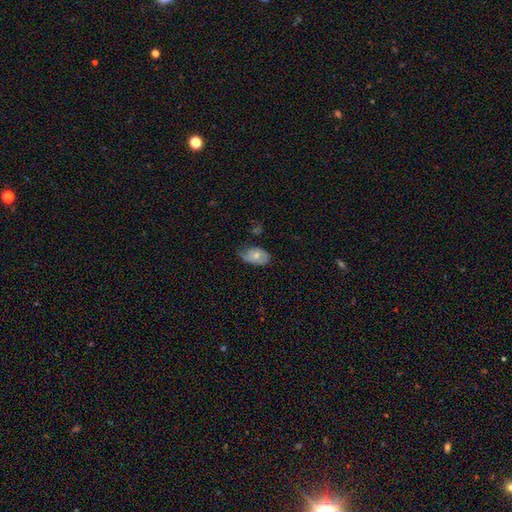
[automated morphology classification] Smooth or featured?
  - smooth: 59% *
  - featured or disk: 34%
  - star or artifact: 7%
How rounded?
  - in between: 90% *
  - round: 8%
  - cigar-shaped: 2%
Merging?
  - none: 44% *
  - minor disturbance: 39%
  - major disturbance: 14%
  - merger: 2%